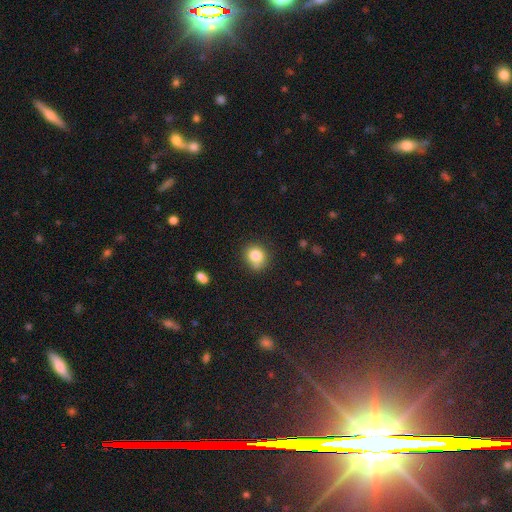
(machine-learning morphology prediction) Smooth or featured? Predicted: smooth (p=0.82). How rounded? Predicted: round (p=0.73). Merging? Predicted: none (p=0.72).